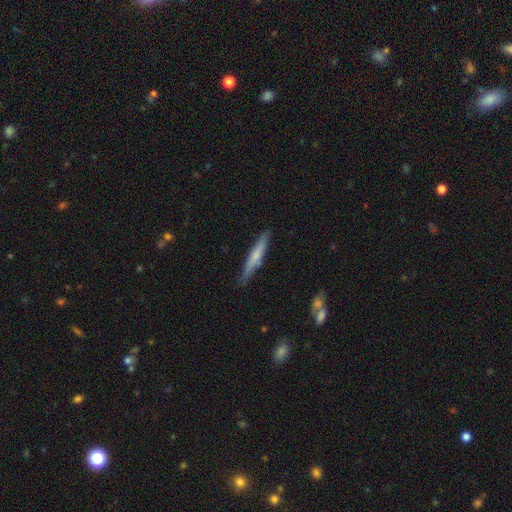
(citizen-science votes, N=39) Smooth or featured? smooth (49%)
How rounded? cigar-shaped (100%)
Merging? none (69%)